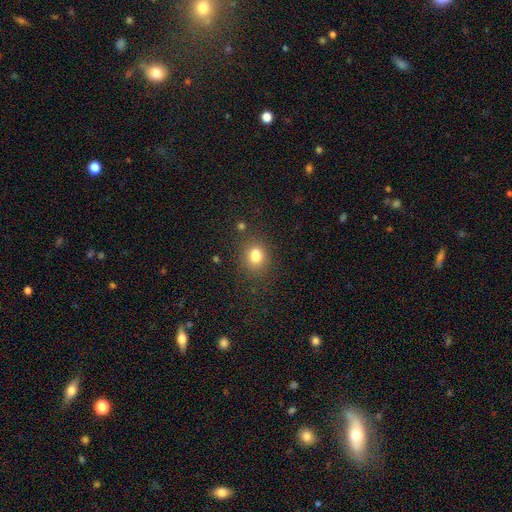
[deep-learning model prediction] The model was most divided on "how rounded": round: 50%, in between: 48%, cigar-shaped: 1%. More confident: smooth or featured — smooth (81%); merging — none (75%).